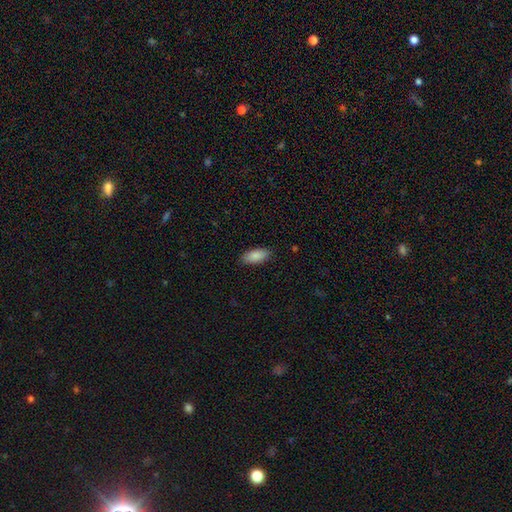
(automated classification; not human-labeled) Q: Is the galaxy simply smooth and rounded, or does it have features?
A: smooth — 88%.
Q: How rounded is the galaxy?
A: in between — 88%.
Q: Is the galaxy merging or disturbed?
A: none — 88%.